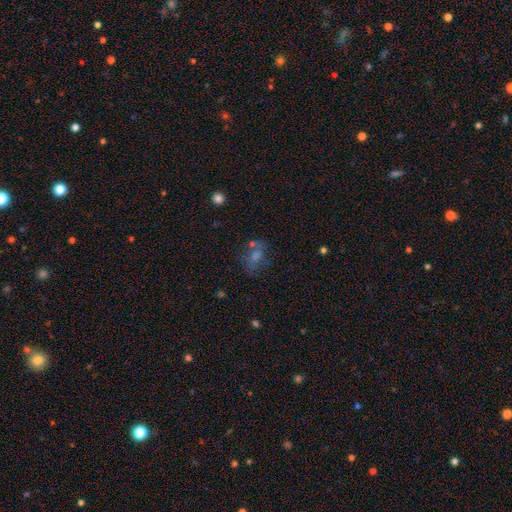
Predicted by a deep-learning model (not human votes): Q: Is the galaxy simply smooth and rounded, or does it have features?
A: smooth — 39%.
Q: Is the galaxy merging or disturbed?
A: none — 60%.